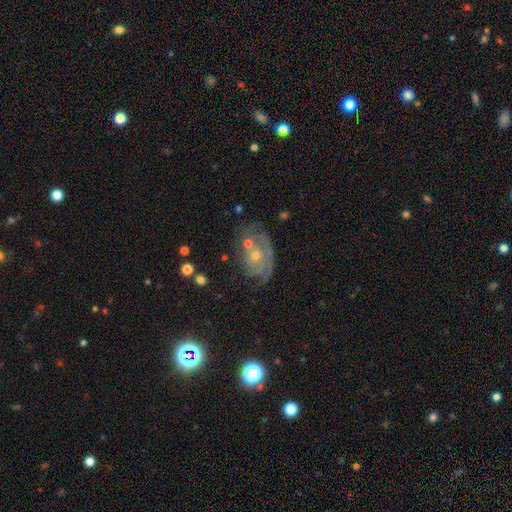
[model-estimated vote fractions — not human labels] Smooth or featured? Predicted: featured or disk (p=0.71). Edge-on disk? Predicted: no (p=0.96). Bar? Predicted: no (p=0.80). Spiral arms? Predicted: yes (p=0.82). Spiral winding? Predicted: tight (p=0.62). Spiral arm count? Predicted: can't tell (p=0.40). Bulge size? Predicted: small (p=0.64). Merging? Predicted: none (p=0.53).